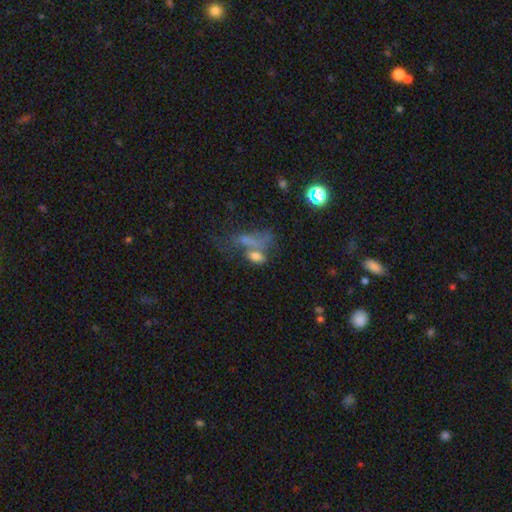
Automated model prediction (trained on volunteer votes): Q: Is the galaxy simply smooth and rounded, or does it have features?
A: smooth — 65%.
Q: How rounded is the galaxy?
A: in between — 77%.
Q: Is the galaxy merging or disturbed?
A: merger — 46%.